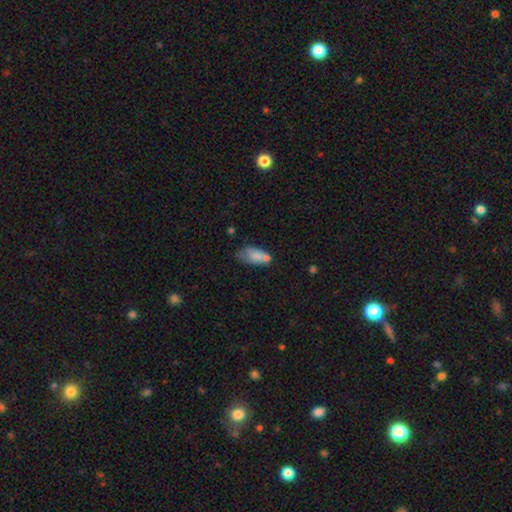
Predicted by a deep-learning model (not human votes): Smooth or featured: smooth — 71% (featured or disk — 20%)
How rounded: in between — 89% (cigar-shaped — 7%)
Merging: none — 38% (minor disturbance — 27%)